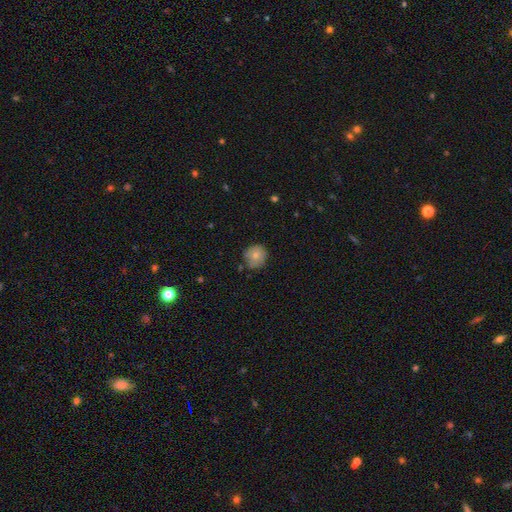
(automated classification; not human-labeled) Overall: smooth (77%). How rounded: round (90%). Merging: none (73%).